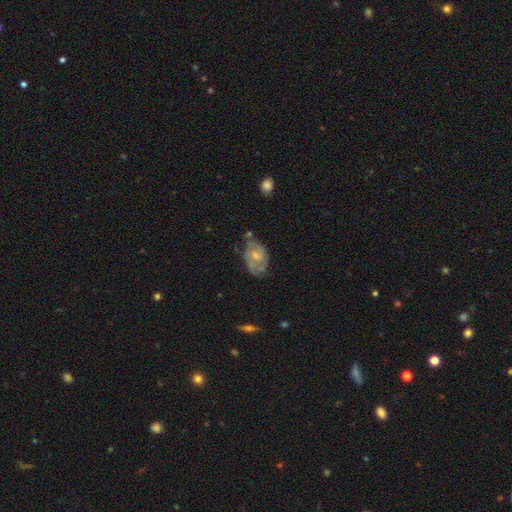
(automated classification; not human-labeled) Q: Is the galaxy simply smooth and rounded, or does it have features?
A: featured or disk — 76%.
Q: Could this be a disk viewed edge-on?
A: no — 97%.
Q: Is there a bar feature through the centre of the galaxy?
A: no — 50%.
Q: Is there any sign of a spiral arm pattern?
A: yes — 90%.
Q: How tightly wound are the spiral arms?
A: tight — 44%.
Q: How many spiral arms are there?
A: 2 — 69%.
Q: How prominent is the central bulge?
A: small — 47%.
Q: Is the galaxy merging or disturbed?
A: none — 58%.